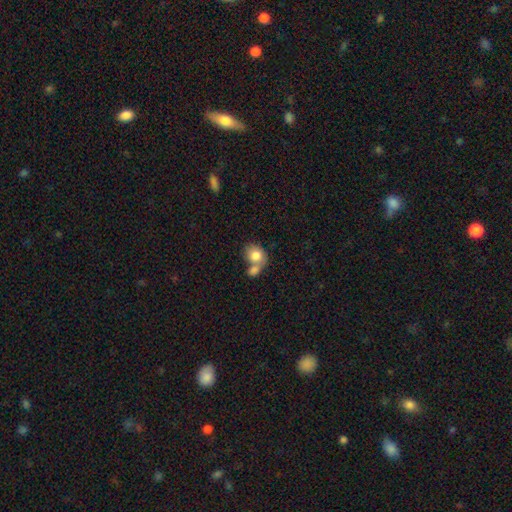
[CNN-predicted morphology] This is clearly a smooth galaxy (80%). How rounded: possibly round (54%). Merging: possibly merger (58%).